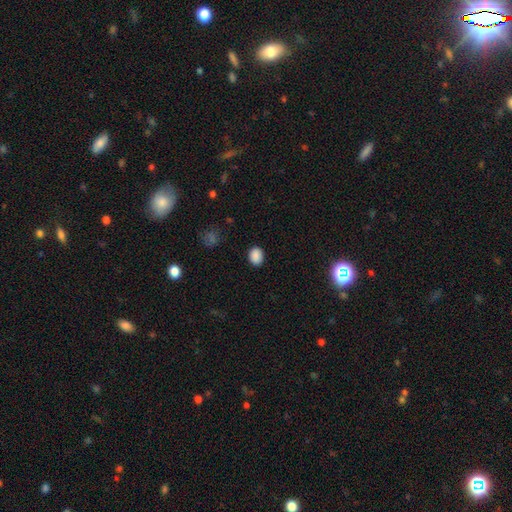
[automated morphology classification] Smooth or featured? Predicted: smooth (p=0.88). How rounded? Predicted: in between (p=0.54). Merging? Predicted: none (p=0.88).